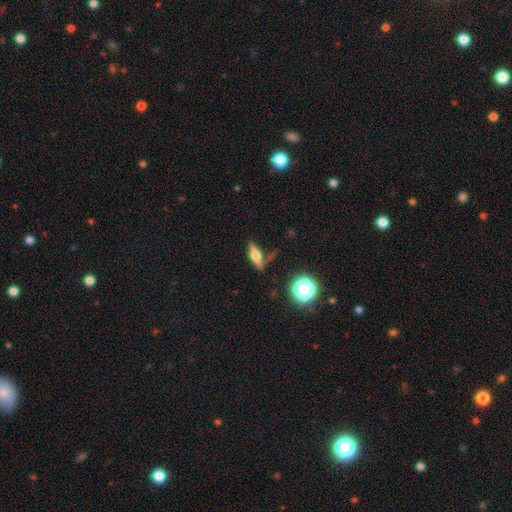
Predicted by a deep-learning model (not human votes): A featured or disk galaxy (51%) viewed edge-on (88%). Merging: none (68%).